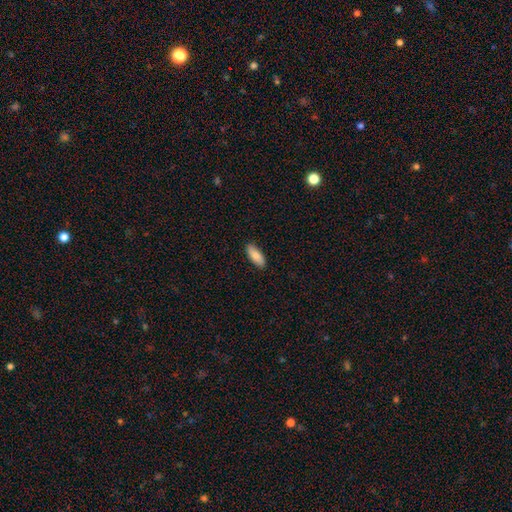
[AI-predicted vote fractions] Overall: smooth (84%). How rounded: in between (75%). Merging: none (88%).